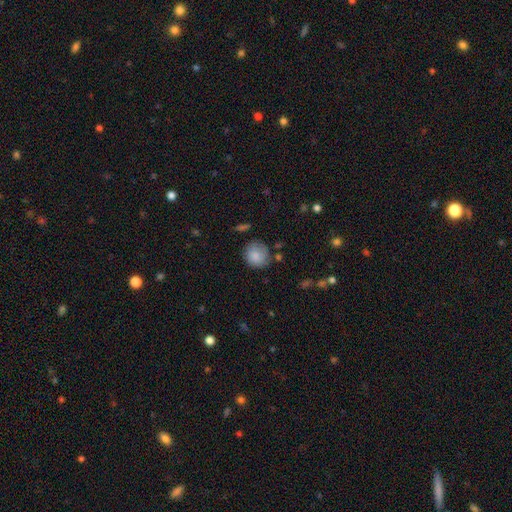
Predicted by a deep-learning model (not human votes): smooth-or-featured: smooth: 85% | star or artifact: 8% | featured or disk: 7%
  how-rounded: round: 87% | in between: 12% | cigar-shaped: 1%
  merging: none: 74% | minor disturbance: 18% | major disturbance: 5% | merger: 3%